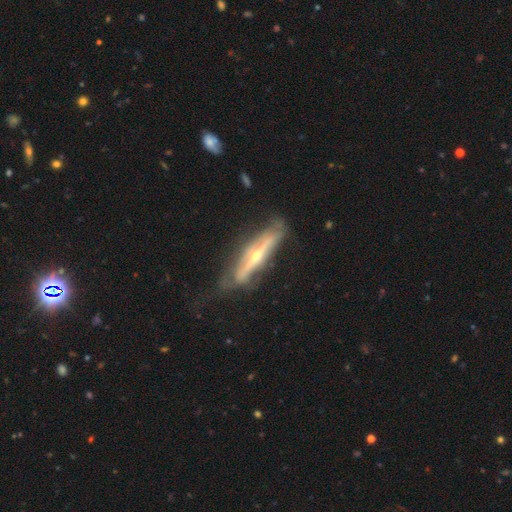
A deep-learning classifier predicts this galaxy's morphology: smooth_or_featured: featured or disk (p=0.79) [alt: smooth p=0.16]
disk_edge_on: yes (p=0.79) [alt: no p=0.21]
edge_on_bulge: rounded (p=0.86) [alt: none p=0.11]
merging: none (p=0.59) [alt: minor disturbance p=0.26]